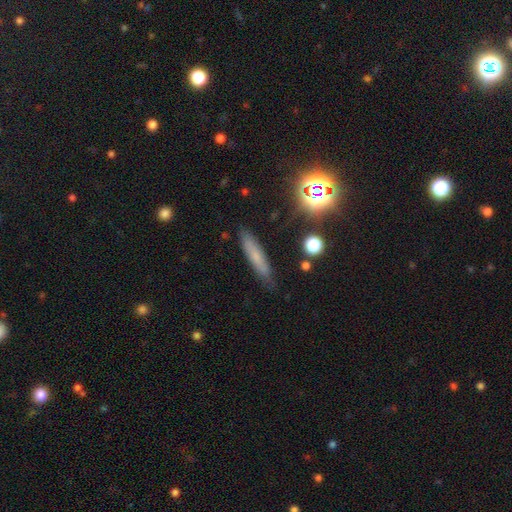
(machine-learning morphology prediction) The model was most divided on "smooth or featured": smooth: 62%, featured or disk: 24%, star or artifact: 14%. More confident: how rounded — cigar-shaped (86%); merging — none (84%).